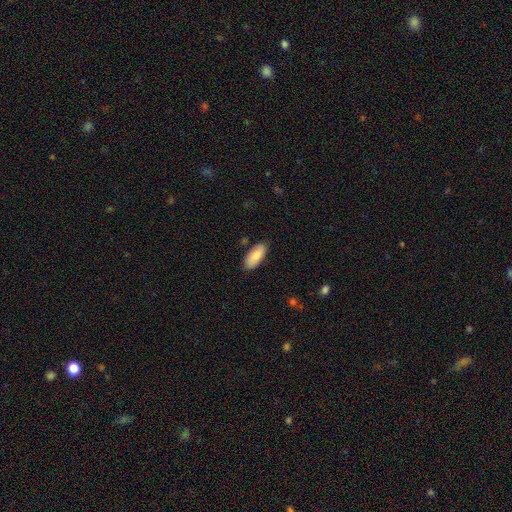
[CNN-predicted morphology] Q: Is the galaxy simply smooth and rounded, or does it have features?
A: smooth — 83%.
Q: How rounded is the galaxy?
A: in between — 86%.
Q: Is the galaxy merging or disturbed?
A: none — 84%.